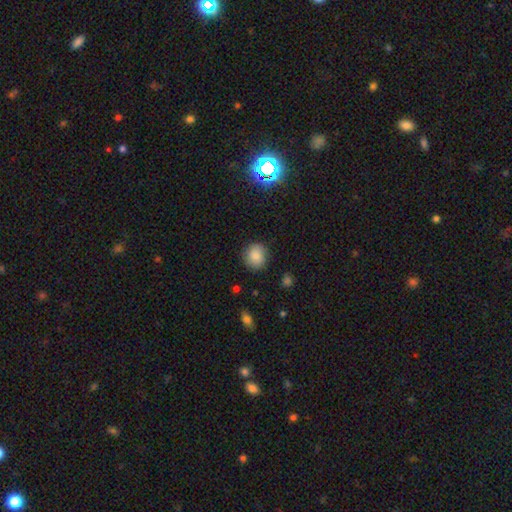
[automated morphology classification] Smooth or featured?
  - smooth: 85% *
  - star or artifact: 9%
  - featured or disk: 6%
How rounded?
  - round: 85% *
  - in between: 14%
  - cigar-shaped: 1%
Merging?
  - none: 87% *
  - minor disturbance: 9%
  - major disturbance: 2%
  - merger: 1%